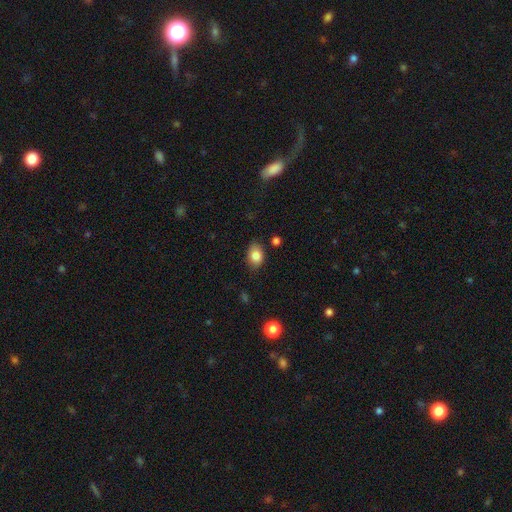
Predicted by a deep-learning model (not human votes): This appears to be a smooth galaxy with no disk features (84%) that is in between round and cigar-shaped (74%). Merging: none (80%).